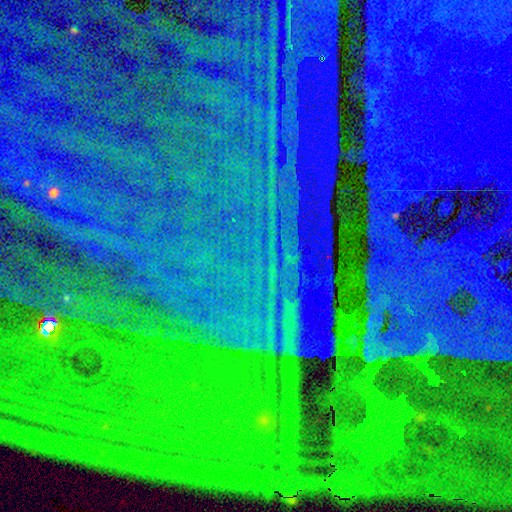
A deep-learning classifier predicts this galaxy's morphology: type=star or artifact (88%).